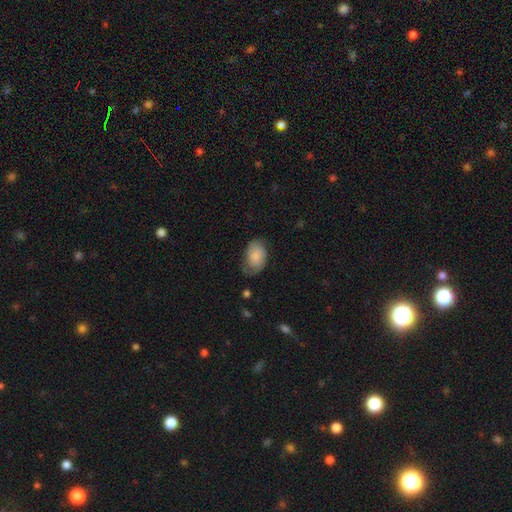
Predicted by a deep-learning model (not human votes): smooth 73%, featured or disk 21%, star or artifact 7%. Down the decision tree: how rounded — in between (89%); merging — none (56%).